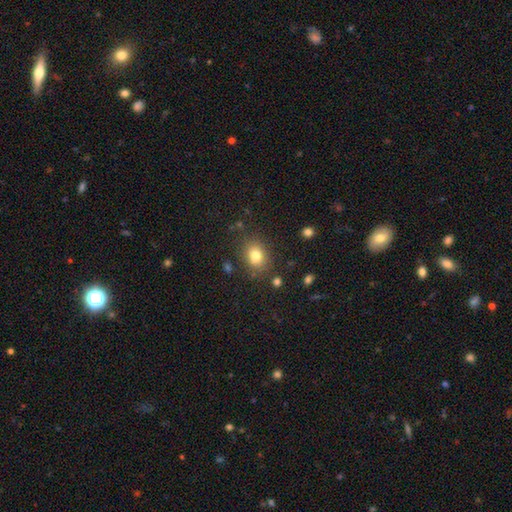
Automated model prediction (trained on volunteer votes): Morphology: type=smooth (79%); roundness=round (51%); merging=none (81%).